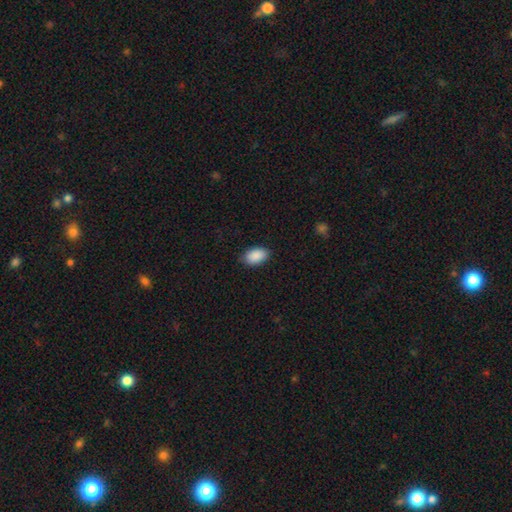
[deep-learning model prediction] smooth-or-featured: smooth: 90% | star or artifact: 7% | featured or disk: 3%
  how-rounded: in between: 92% | round: 6% | cigar-shaped: 1%
  merging: none: 85% | minor disturbance: 12% | major disturbance: 2% | merger: 1%